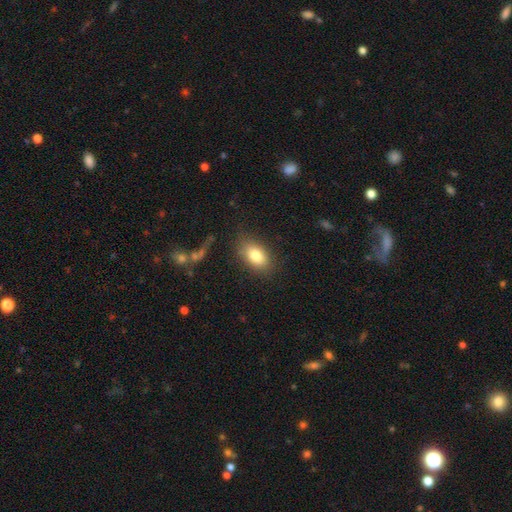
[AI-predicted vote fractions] smooth_or_featured: smooth (p=0.81) [alt: featured or disk p=0.11]
how_rounded: in between (p=0.87) [alt: round p=0.11]
merging: none (p=0.79) [alt: minor disturbance p=0.13]